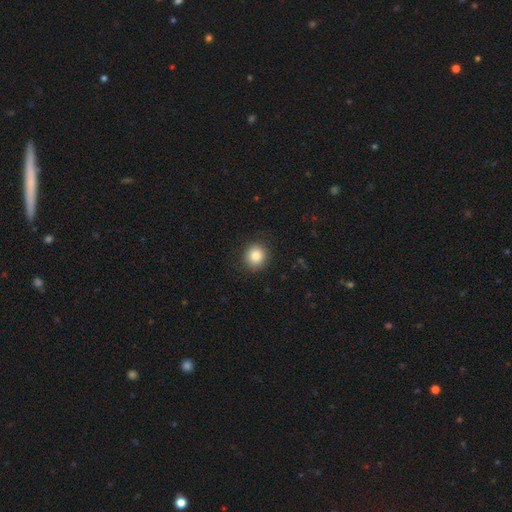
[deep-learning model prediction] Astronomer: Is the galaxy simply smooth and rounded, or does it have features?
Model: smooth — 85%.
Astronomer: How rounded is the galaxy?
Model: round — 89%.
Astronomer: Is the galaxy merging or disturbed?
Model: none — 89%.